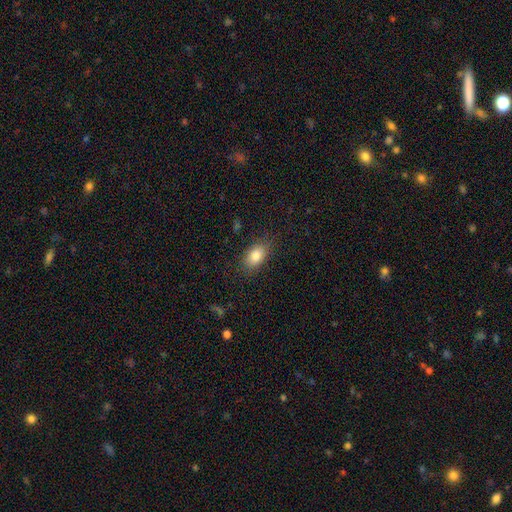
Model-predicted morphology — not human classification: This appears to be a smooth galaxy with no disk features (83%) that is in between round and cigar-shaped (87%). Merging: none (82%).